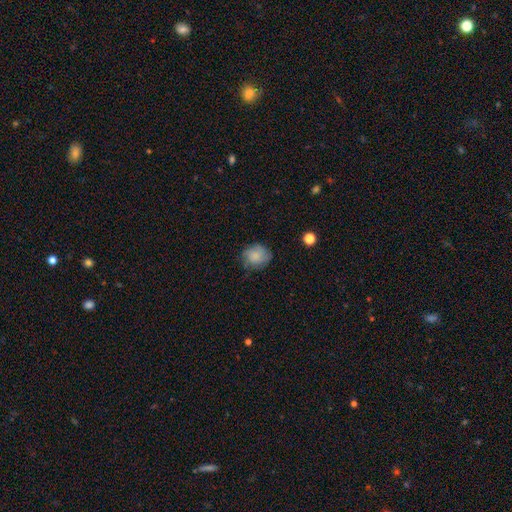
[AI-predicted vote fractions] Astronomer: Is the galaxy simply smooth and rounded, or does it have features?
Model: smooth — 79%.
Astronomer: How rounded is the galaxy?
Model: round — 68%.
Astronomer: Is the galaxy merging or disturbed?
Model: none — 70%.